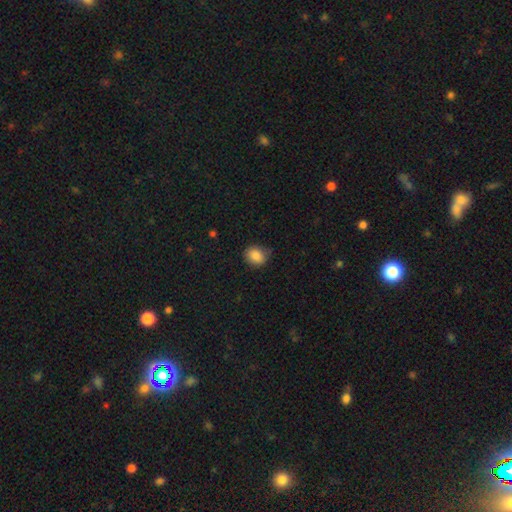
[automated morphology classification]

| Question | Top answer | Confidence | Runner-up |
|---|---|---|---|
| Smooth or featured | smooth | 86% | star or artifact (9%) |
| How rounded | round | 63% | in between (36%) |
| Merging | none | 76% | minor disturbance (19%) |